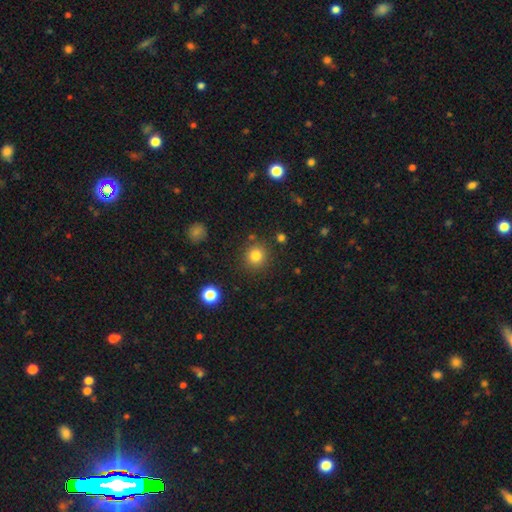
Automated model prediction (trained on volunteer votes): Smooth or featured? smooth (82%)
How rounded? round (92%)
Merging? none (87%)